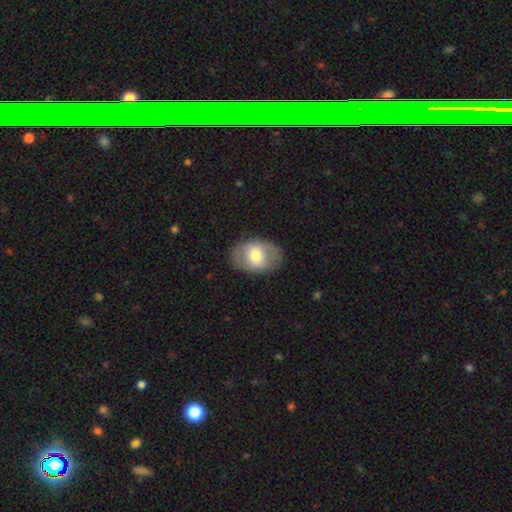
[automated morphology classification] This is possibly a smooth galaxy (51%). How rounded: likely in between (76%). Merging: clearly none (81%).